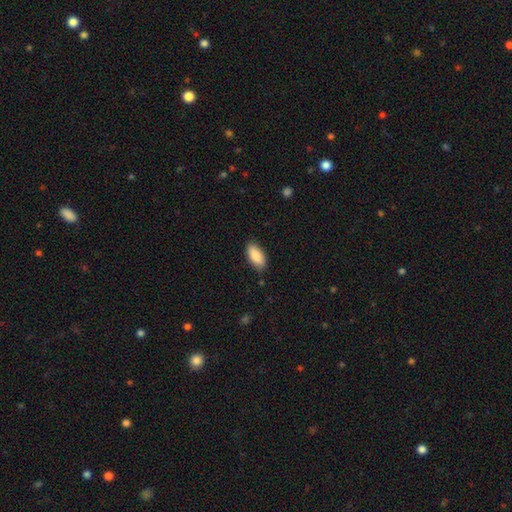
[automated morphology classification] Smooth or featured? smooth (86%)
How rounded? in between (89%)
Merging? none (86%)